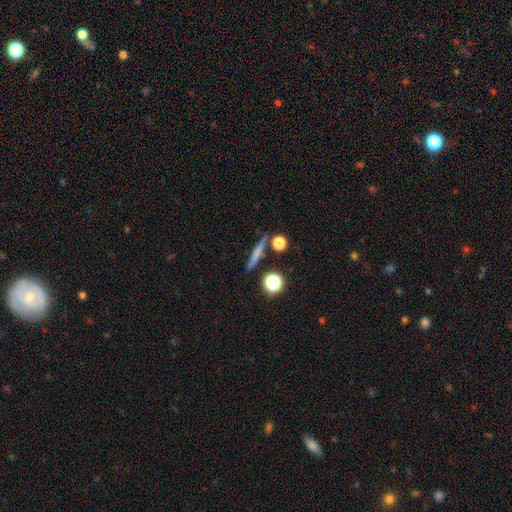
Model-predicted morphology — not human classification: A smooth galaxy with no disk features (56%) that is cigar-shaped (77%). Merging: none (83%).